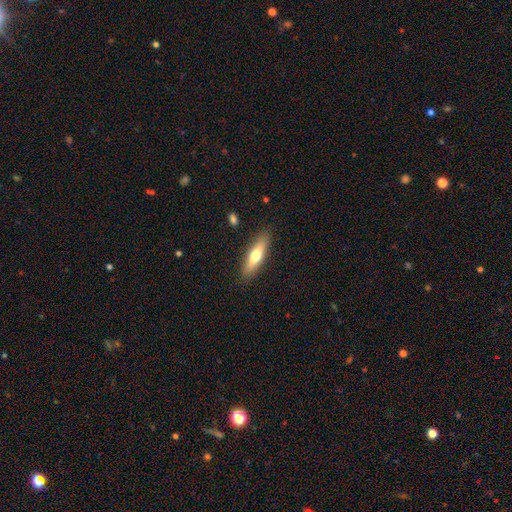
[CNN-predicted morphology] This is likely a smooth galaxy (63%). How rounded: likely cigar-shaped (68%). Merging: clearly none (87%).